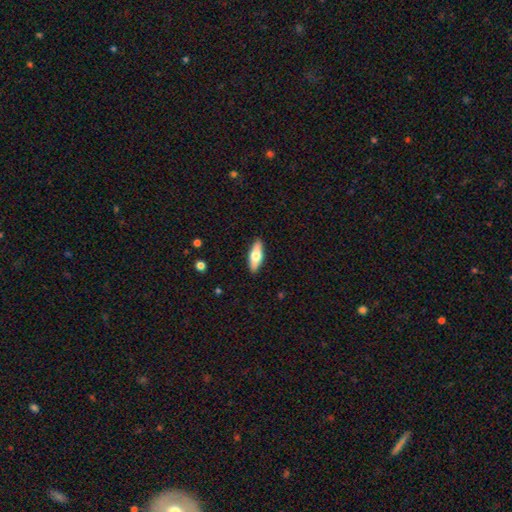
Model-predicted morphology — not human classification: Smooth or featured? Predicted: smooth (p=0.61). How rounded? Predicted: in between (p=0.60). Merging? Predicted: none (p=0.90).